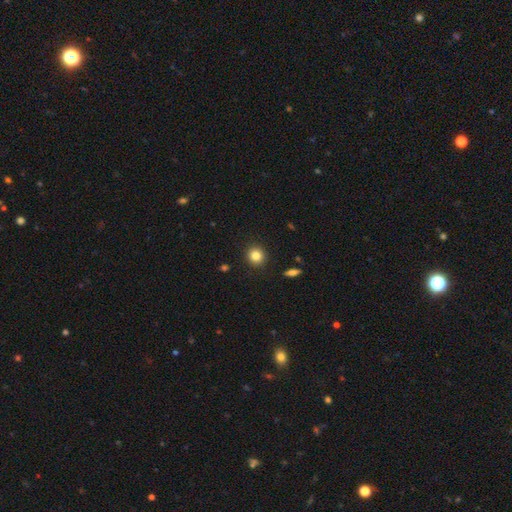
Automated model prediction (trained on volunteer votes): A smooth galaxy with no disk features (83%) that is round (87%). Merging: none (91%).